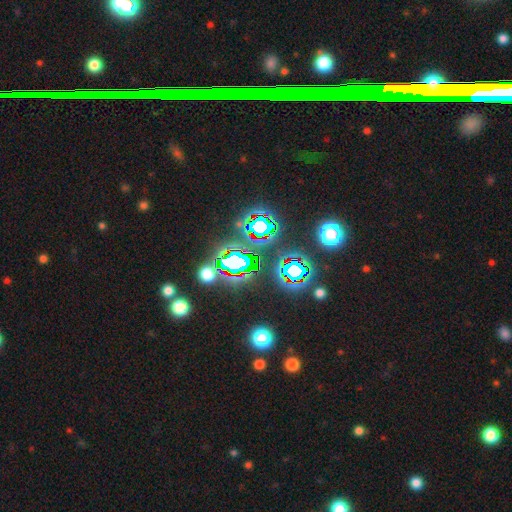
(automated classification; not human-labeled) This appears to be a star or artifact, not a galaxy (81%).